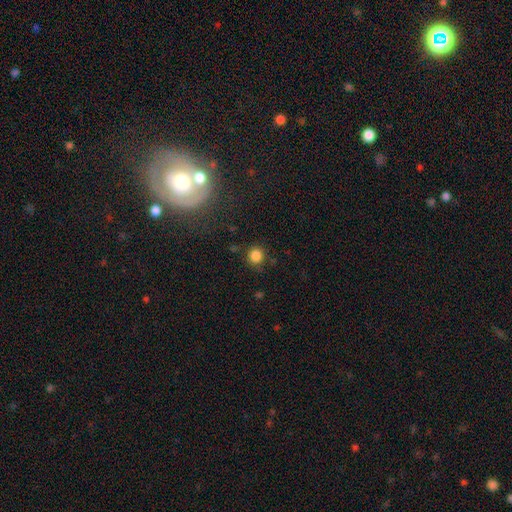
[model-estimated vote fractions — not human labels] smooth-or-featured: smooth: 83% | star or artifact: 13% | featured or disk: 4%
  how-rounded: round: 91% | in between: 8% | cigar-shaped: 1%
  merging: none: 84% | minor disturbance: 10% | major disturbance: 3% | merger: 3%